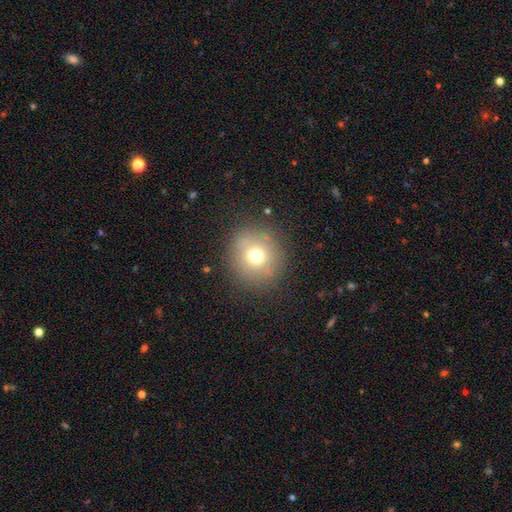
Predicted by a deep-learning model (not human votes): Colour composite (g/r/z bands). It shows a smooth galaxy with no disk features (70%) that is round (91%). Merging: none (83%).